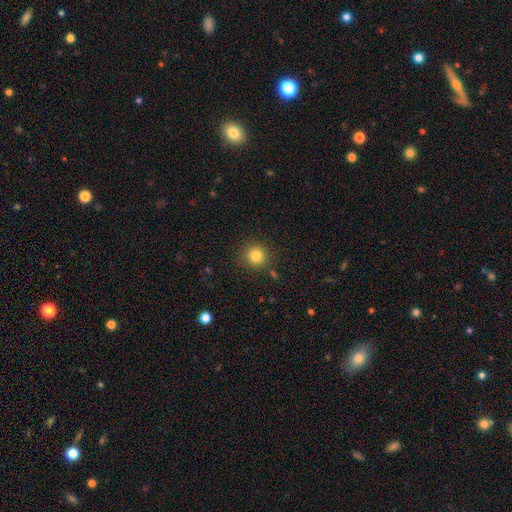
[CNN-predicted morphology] The model was most divided on "smooth or featured": smooth: 81%, star or artifact: 12%, featured or disk: 6%. More confident: how rounded — round (94%); merging — none (87%).